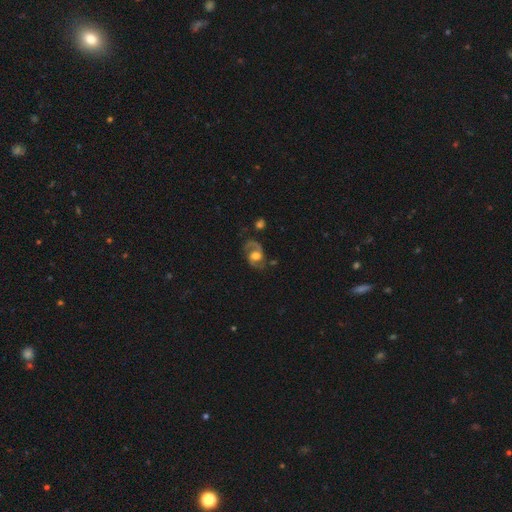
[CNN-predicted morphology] featured or disk 81%, smooth 13%, star or artifact 6%. Down the decision tree: edge-on disk — no (97%); bar — no (55%); spiral arms — yes (93%); spiral arm count — 2 (86%); spiral winding — medium (53%); bulge size — moderate (50%); merging — none (67%).